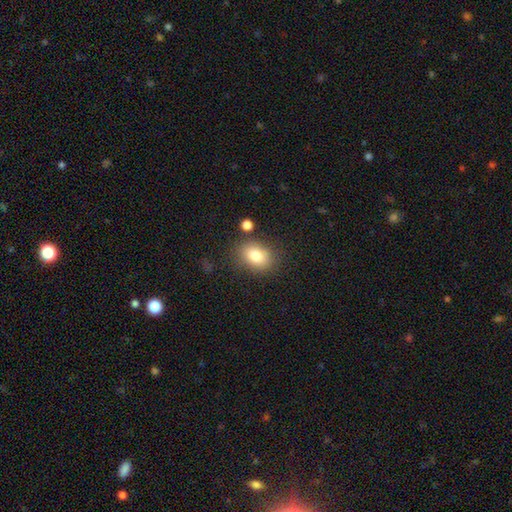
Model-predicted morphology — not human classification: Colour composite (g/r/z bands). It shows a smooth galaxy with no disk features (82%) that is in between round and cigar-shaped (69%). Merging: none (78%).